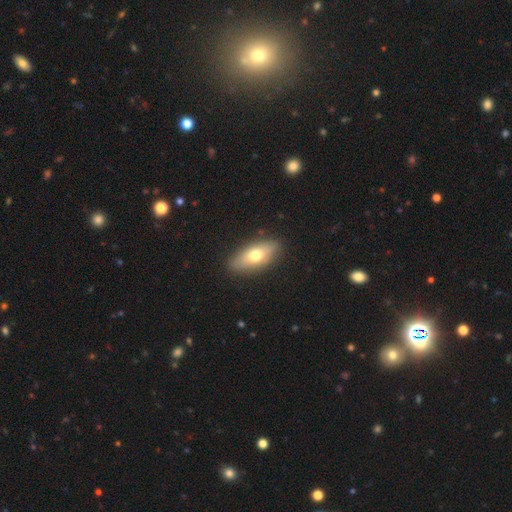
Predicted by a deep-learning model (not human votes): This appears to be a smooth galaxy with no disk features (65%) that is in between round and cigar-shaped (82%). Merging: none (87%).